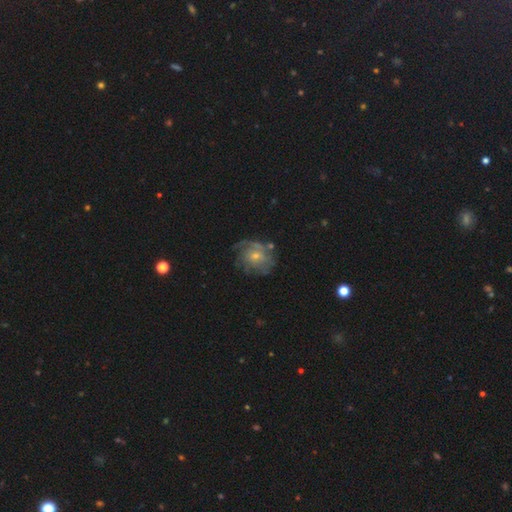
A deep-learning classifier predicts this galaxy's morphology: This appears to be a featured or disk galaxy (67%) with no bar (72%), tight (51%) spiral arms (83%) and a small central bulge (59%). Merging: none (64%).